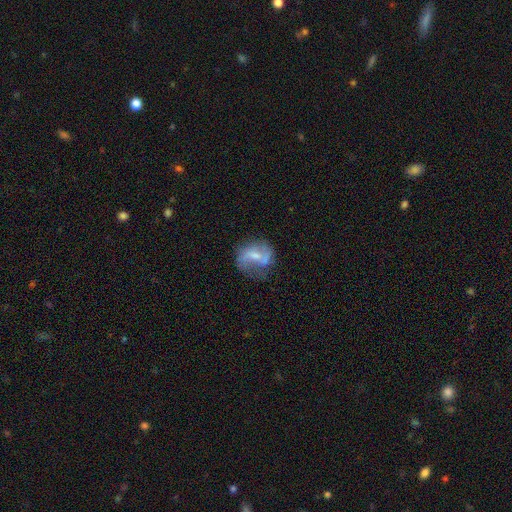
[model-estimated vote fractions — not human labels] smooth_or_featured: featured or disk (p=0.69) [alt: smooth p=0.23]
disk_edge_on: no (p=0.97) [alt: yes p=0.03]
bar: weak (p=0.48) [alt: no p=0.31]
has_spiral_arms: yes (p=0.82) [alt: no p=0.18]
spiral_winding: loose (p=0.56) [alt: medium p=0.34]
spiral_arm_count: 2 (p=0.81) [alt: 1 p=0.08]
bulge_size: moderate (p=0.40) [alt: small p=0.39]
merging: none (p=0.55) [alt: minor disturbance p=0.24]